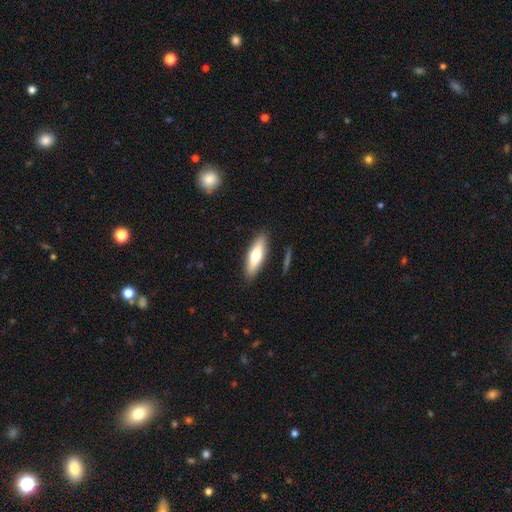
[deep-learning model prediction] Smooth or featured?
  - smooth: 61% *
  - featured or disk: 33%
  - star or artifact: 6%
How rounded?
  - cigar-shaped: 54% *
  - in between: 44%
  - round: 2%
Merging?
  - none: 87% *
  - minor disturbance: 9%
  - major disturbance: 2%
  - merger: 2%